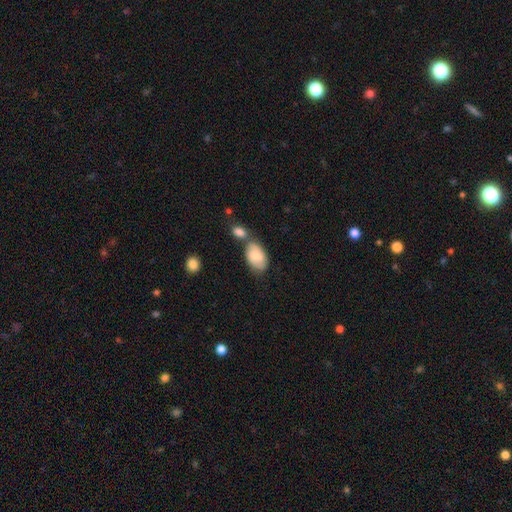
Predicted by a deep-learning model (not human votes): smooth_or_featured: smooth (p=0.74) [alt: featured or disk p=0.20]
how_rounded: in between (p=0.93) [alt: round p=0.06]
merging: none (p=0.42) [alt: merger p=0.35]